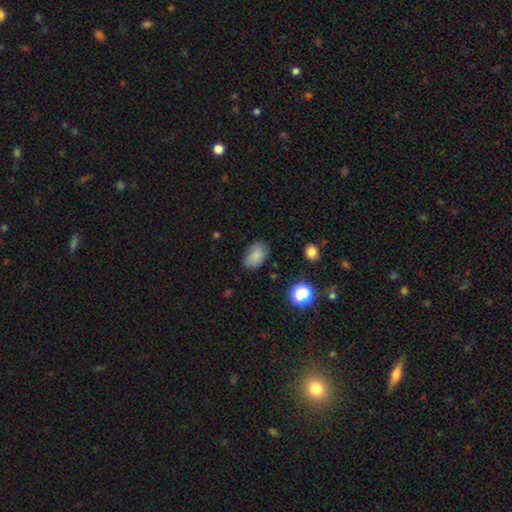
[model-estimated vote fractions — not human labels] This appears to be a smooth galaxy with no disk features (82%) that is in between round and cigar-shaped (85%). Merging: none (73%).